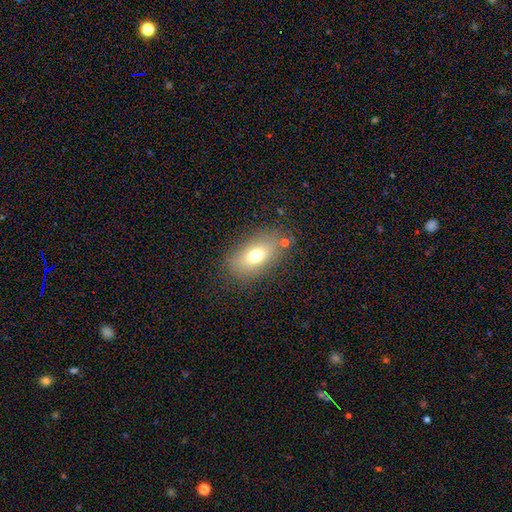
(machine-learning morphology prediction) Q: Smooth or featured?
A: smooth (70%); runner-up: featured or disk (19%)
Q: How rounded?
A: in between (85%); runner-up: round (10%)
Q: Merging?
A: none (79%); runner-up: minor disturbance (13%)